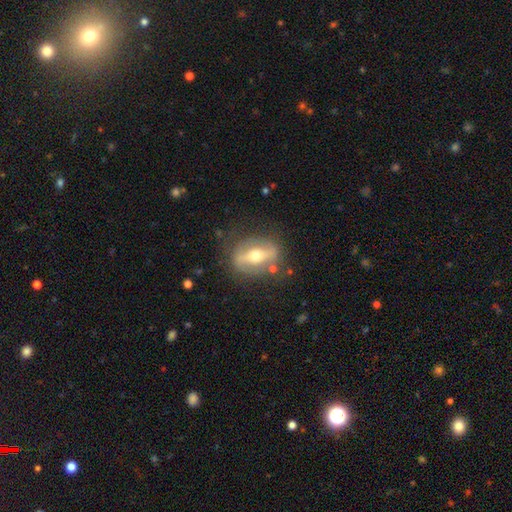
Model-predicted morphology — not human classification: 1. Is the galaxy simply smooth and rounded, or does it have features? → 70% featured or disk, 24% smooth, 7% star or artifact.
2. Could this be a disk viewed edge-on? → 69% no, 31% yes.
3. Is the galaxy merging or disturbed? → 77% none, 14% minor disturbance, 7% major disturbance, 2% merger.